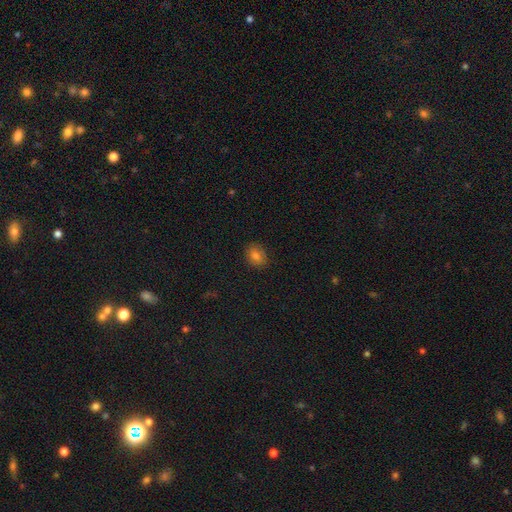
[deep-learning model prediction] Q: Smooth or featured?
A: smooth (79%); runner-up: star or artifact (13%)
Q: How rounded?
A: round (56%); runner-up: in between (43%)
Q: Merging?
A: none (87%); runner-up: minor disturbance (9%)